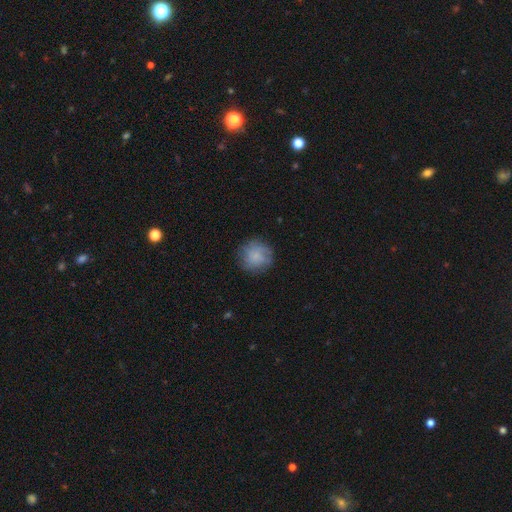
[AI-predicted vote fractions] This appears to be a smooth galaxy with no disk features (69%) that is round (91%). Merging: none (77%).